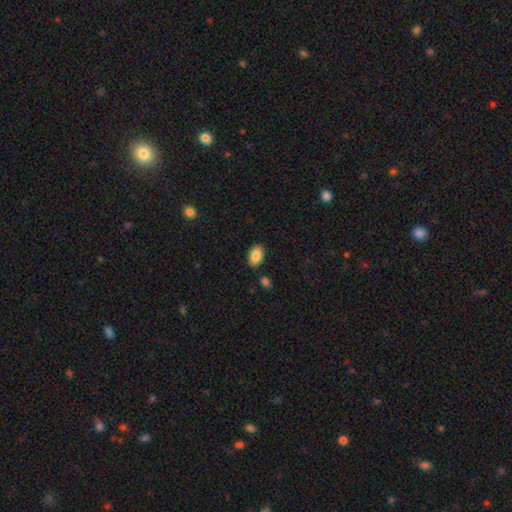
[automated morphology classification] A smooth galaxy with no disk features (87%) that is in between round and cigar-shaped (92%).

Vote fractions:
- Smooth or featured? smooth: 87% / star or artifact: 7% / featured or disk: 6%
- How rounded? in between: 92% / round: 6% / cigar-shaped: 1%
- Merging? none: 86% / minor disturbance: 9% / merger: 3% / major disturbance: 2%